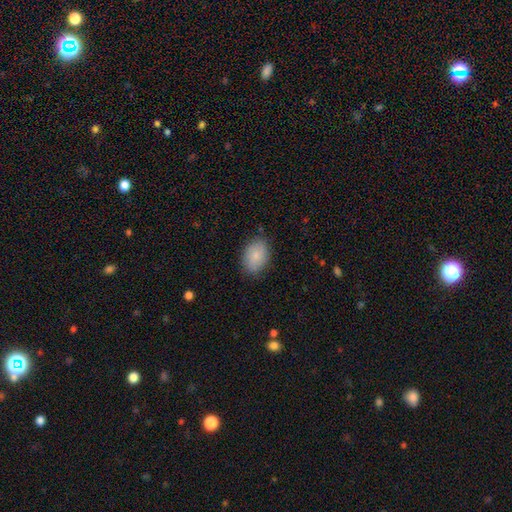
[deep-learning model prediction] smooth 85%, featured or disk 9%, star or artifact 6%. Down the decision tree: how rounded — in between (83%); merging — none (83%).